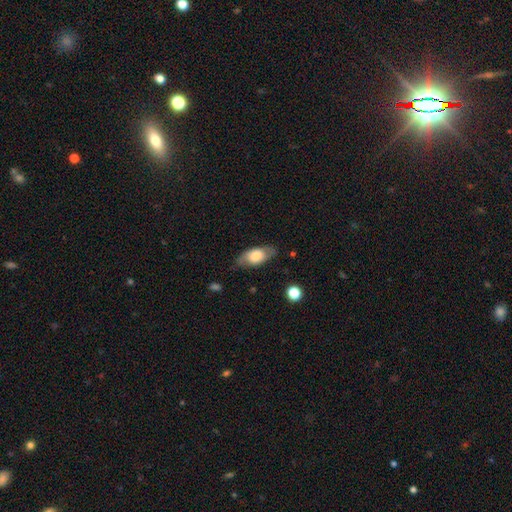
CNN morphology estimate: Overall: smooth (61%; featured or disk 32%). How rounded: in between (86%). Merging: none (75%).